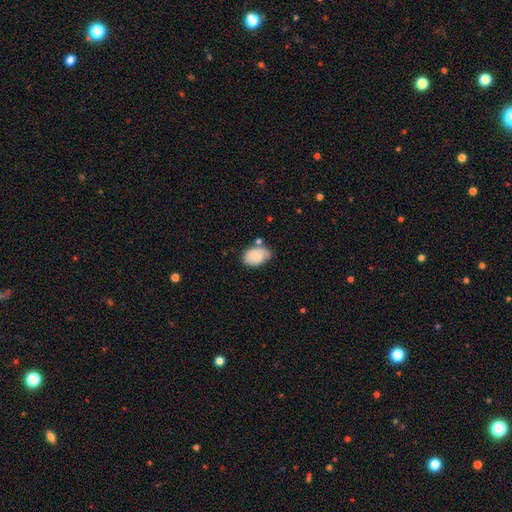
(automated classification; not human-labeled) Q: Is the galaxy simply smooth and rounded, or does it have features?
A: smooth — 78%.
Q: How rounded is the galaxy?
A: in between — 89%.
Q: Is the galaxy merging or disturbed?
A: none — 57%.